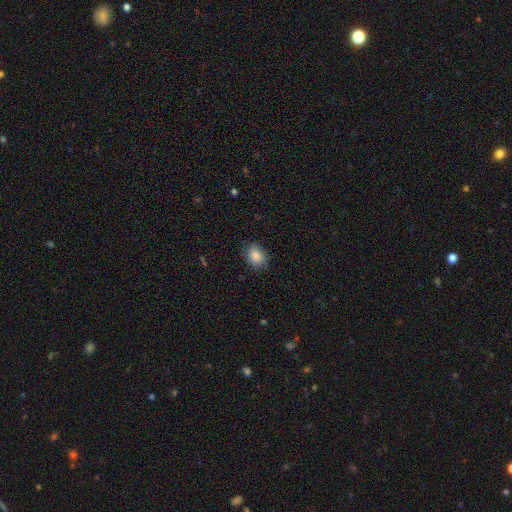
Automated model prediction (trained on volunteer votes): Smooth or featured: smooth — 85% (star or artifact — 8%)
How rounded: in between — 58% (round — 41%)
Merging: none — 83% (minor disturbance — 13%)